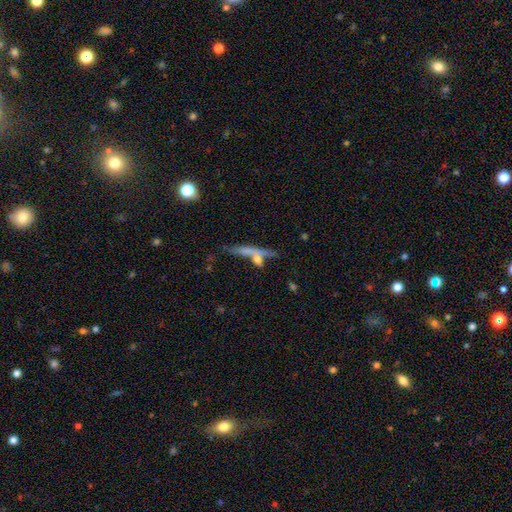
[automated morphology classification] Overall: smooth (52%; featured or disk 38%). How rounded: cigar-shaped (81%). Merging: none (43%; merger 34%).